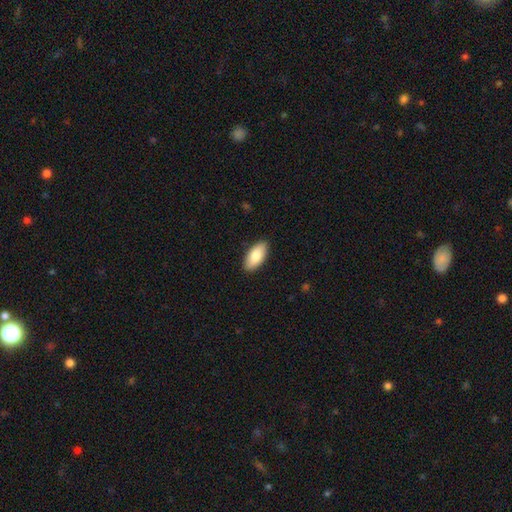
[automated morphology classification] This is clearly a smooth galaxy (85%). How rounded: clearly in between (91%). Merging: clearly none (89%).